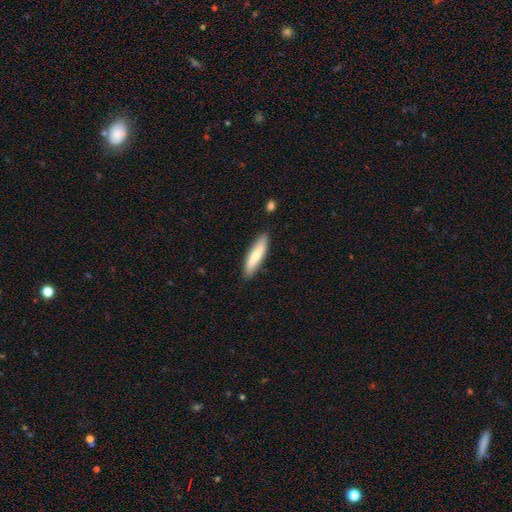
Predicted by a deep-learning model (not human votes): Smooth or featured? smooth (71%)
How rounded? cigar-shaped (75%)
Merging? none (86%)